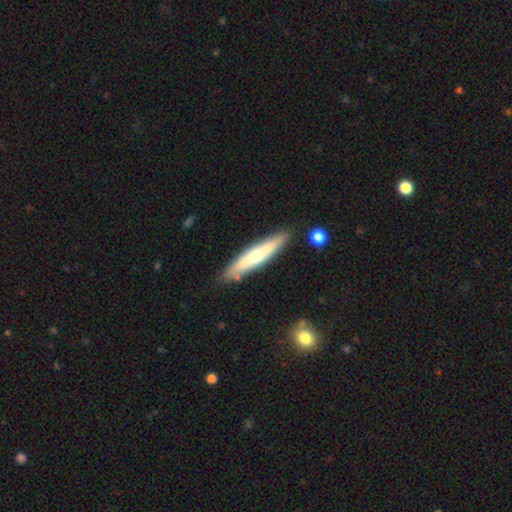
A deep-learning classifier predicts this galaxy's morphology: This appears to be a featured or disk galaxy (53%) viewed edge-on (76%). Merging: none (84%).